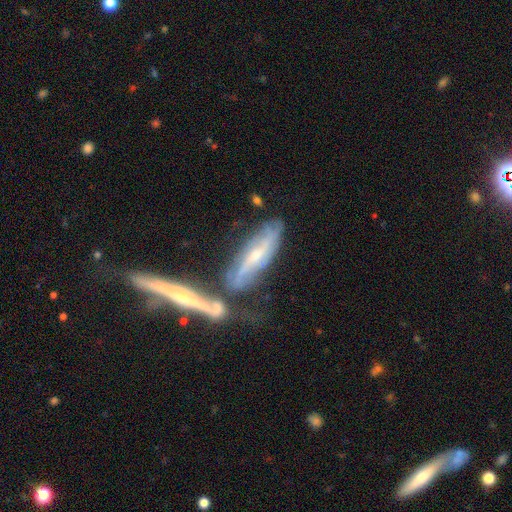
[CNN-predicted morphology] featured or disk 78%, smooth 15%, star or artifact 7%. Down the decision tree: edge-on disk — yes (53%); merging — none (42%).